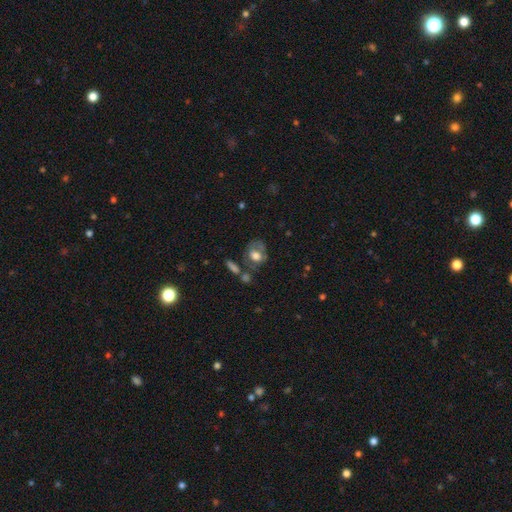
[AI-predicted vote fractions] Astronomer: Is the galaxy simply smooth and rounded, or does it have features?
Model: smooth — 58% (runner-up: featured or disk, 34%).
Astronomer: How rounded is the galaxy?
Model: in between — 57% (runner-up: round, 41%).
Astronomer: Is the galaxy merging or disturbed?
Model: none — 46% (runner-up: minor disturbance, 23%).